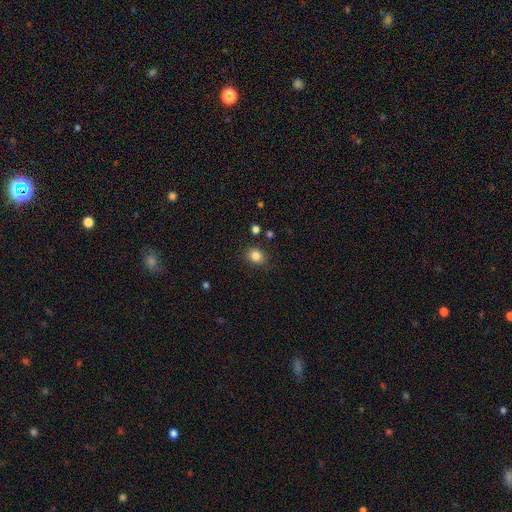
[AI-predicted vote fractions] The model was most divided on "how rounded": round: 57%, in between: 42%, cigar-shaped: 1%. More confident: merging — none (86%); smooth or featured — smooth (84%).